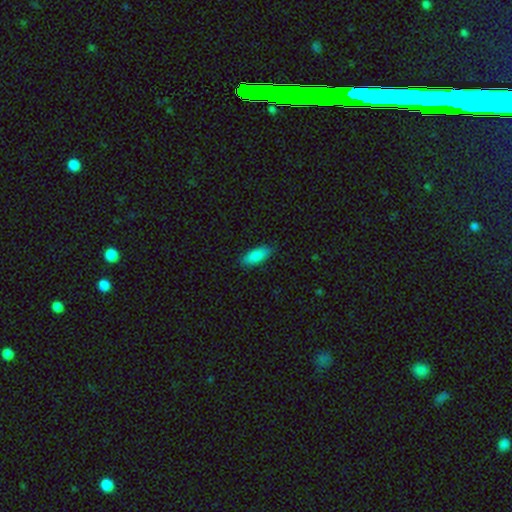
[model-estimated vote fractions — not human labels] Smooth or featured: smooth — 88% (star or artifact — 6%)
How rounded: in between — 80% (cigar-shaped — 18%)
Merging: none — 84% (minor disturbance — 12%)